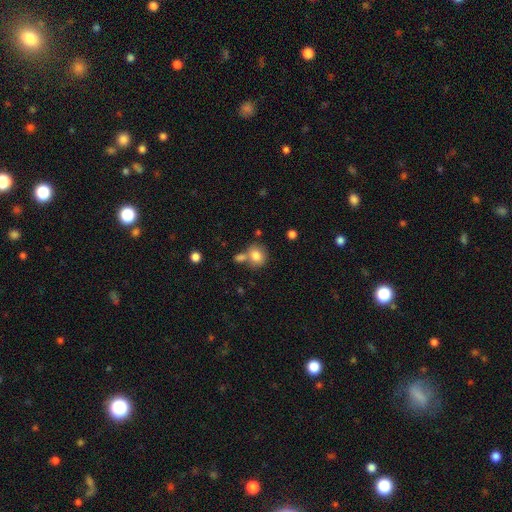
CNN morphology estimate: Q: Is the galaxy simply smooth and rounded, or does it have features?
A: smooth — 81%.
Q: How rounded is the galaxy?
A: round — 70%.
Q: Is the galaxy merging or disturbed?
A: none — 55%.